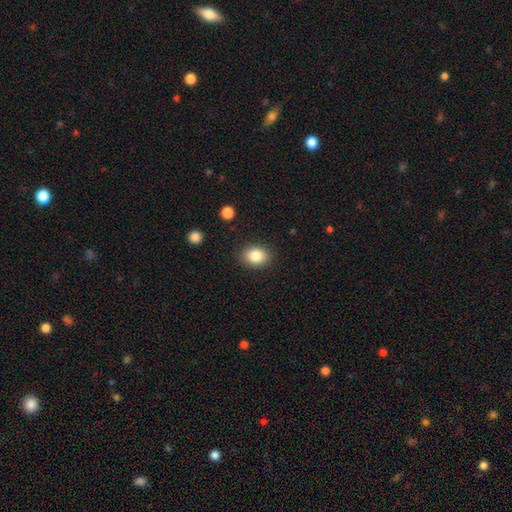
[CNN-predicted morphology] A smooth galaxy with no disk features (84%) that is in between round and cigar-shaped (58%).

Vote fractions:
- Smooth or featured? smooth: 84% / star or artifact: 9% / featured or disk: 7%
- How rounded? in between: 58% / round: 41% / cigar-shaped: 1%
- Merging? none: 87% / minor disturbance: 9% / major disturbance: 3% / merger: 1%